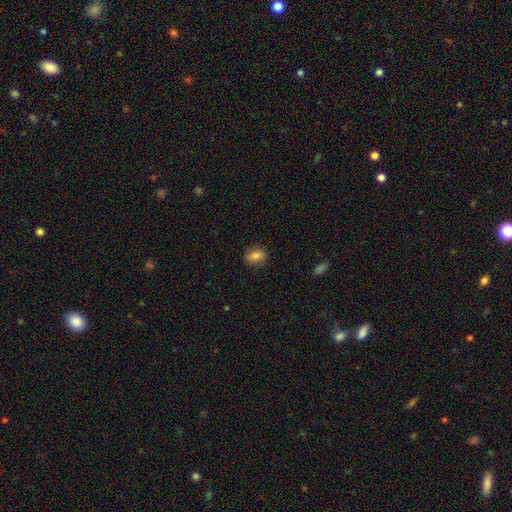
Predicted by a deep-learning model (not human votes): This is clearly a smooth galaxy (81%). How rounded: likely in between (62%). Merging: clearly none (86%).